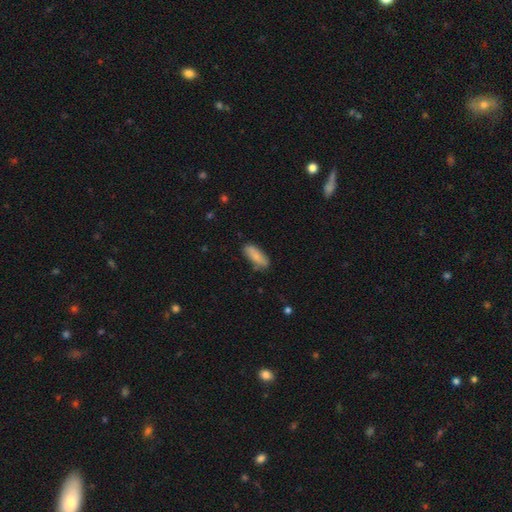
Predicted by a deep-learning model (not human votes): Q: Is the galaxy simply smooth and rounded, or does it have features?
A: smooth — 83%.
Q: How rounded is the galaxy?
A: in between — 64%.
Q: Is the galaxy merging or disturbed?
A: none — 79%.